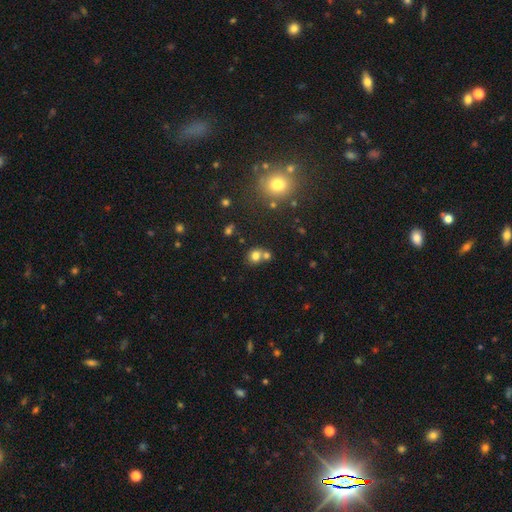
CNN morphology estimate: Overall: smooth (74%). How rounded: round (79%). Merging: none (50%; merger 38%).